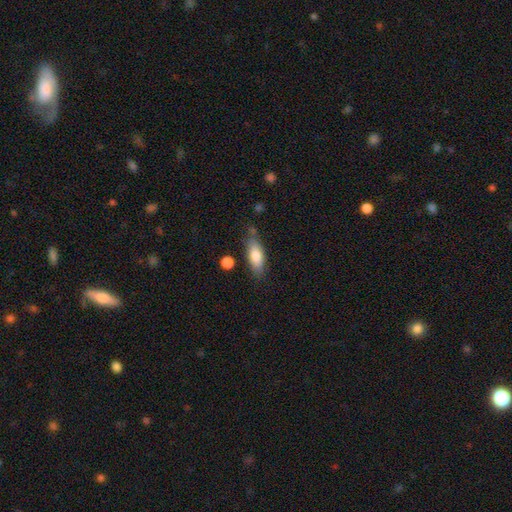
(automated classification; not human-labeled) This appears to be a smooth galaxy with no disk features (78%) that is in between round and cigar-shaped (69%). Merging: none (70%).